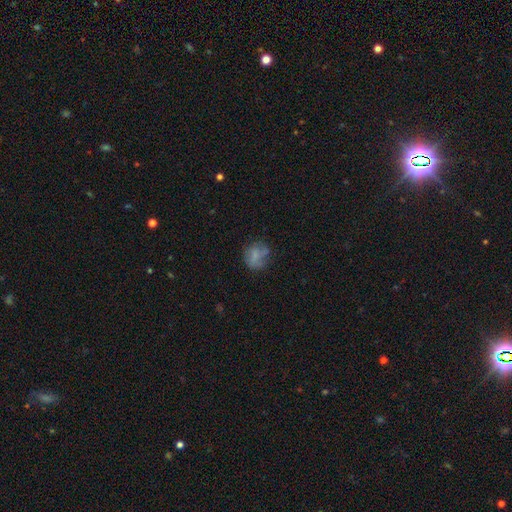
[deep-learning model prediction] Smooth or featured? smooth (66%)
How rounded? round (69%)
Merging? none (54%)